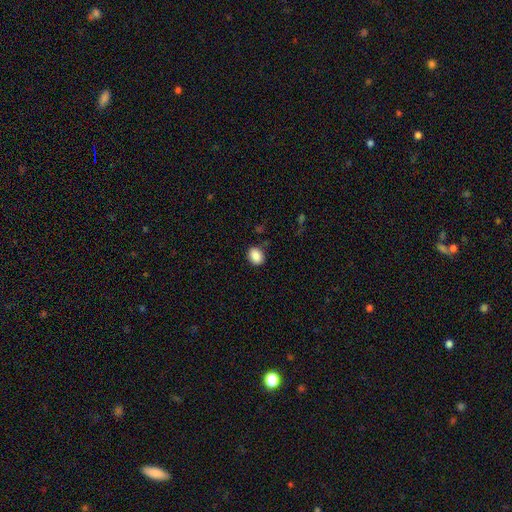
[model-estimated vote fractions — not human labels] smooth 88%, star or artifact 8%, featured or disk 4%. Down the decision tree: how rounded — in between (56%); merging — none (86%).